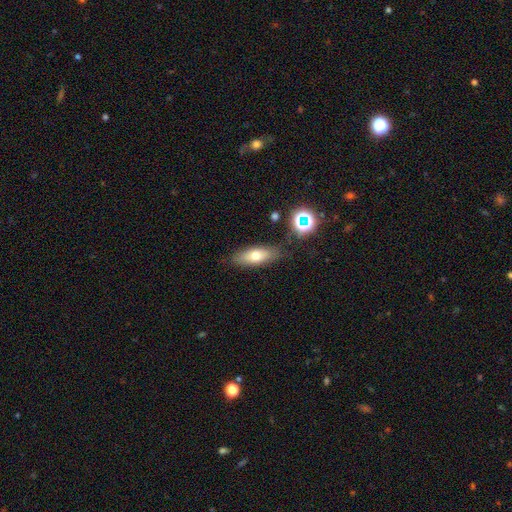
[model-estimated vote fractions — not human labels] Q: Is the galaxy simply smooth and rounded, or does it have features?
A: smooth — 66%.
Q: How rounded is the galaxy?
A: in between — 65%.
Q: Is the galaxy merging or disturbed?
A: none — 80%.